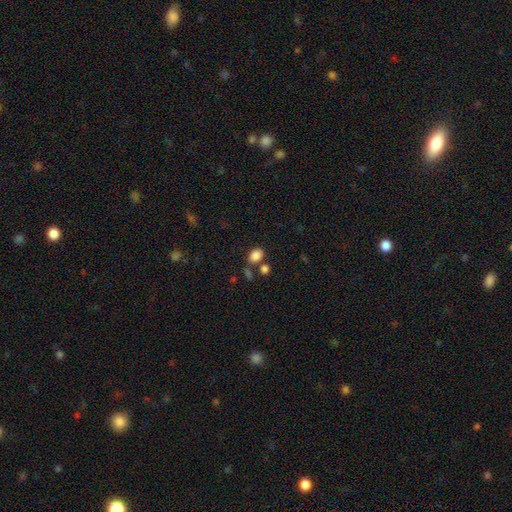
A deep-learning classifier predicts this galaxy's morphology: Overall: smooth (85%). How rounded: in between (69%; round 30%). Merging: none (65%).